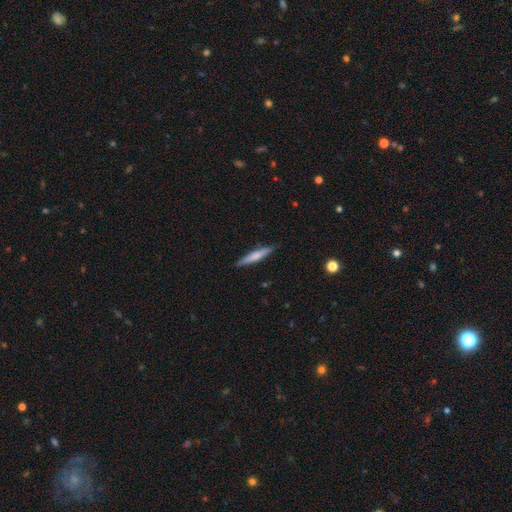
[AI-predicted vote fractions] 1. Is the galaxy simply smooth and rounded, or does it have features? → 63% smooth, 32% featured or disk, 6% star or artifact.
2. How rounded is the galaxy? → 93% cigar-shaped, 6% in between, 1% round.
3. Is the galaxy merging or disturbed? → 89% none, 9% minor disturbance, 2% major disturbance, 1% merger.